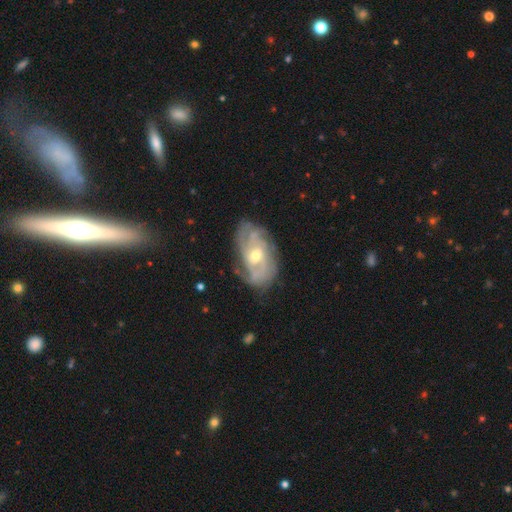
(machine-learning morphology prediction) A featured or disk galaxy (85%) with no bar (62%), tight (59%) spiral arms (94%) and a moderate central bulge (58%). Merging: none (72%).